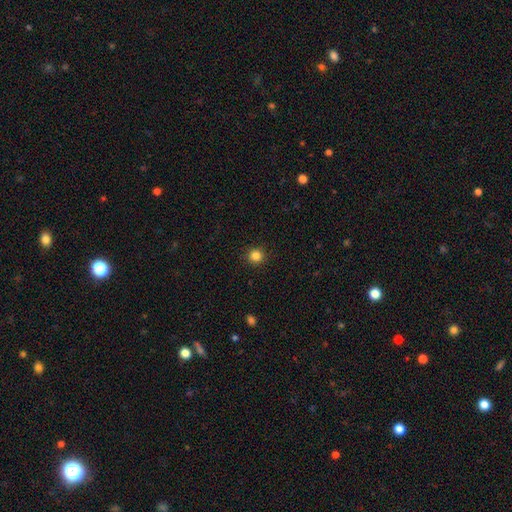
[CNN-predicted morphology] A smooth galaxy with no disk features (84%) that is round (93%).

Vote fractions:
- Smooth or featured? smooth: 84% / star or artifact: 12% / featured or disk: 4%
- How rounded? round: 93% / in between: 6% / cigar-shaped: 1%
- Merging? none: 92% / minor disturbance: 5% / major disturbance: 2% / merger: 1%